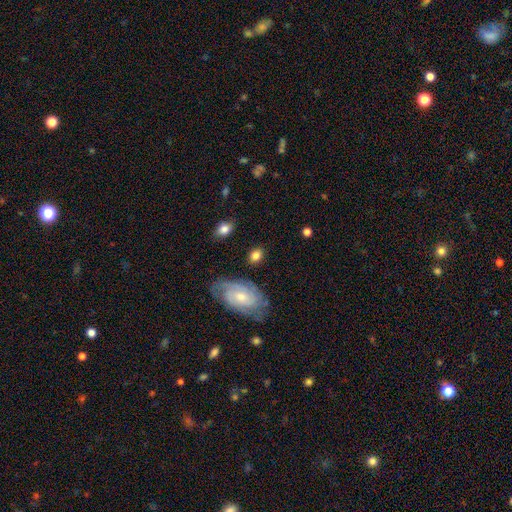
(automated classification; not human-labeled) Smooth or featured? Predicted: smooth (p=0.72). How rounded? Predicted: in between (p=0.64). Merging? Predicted: none (p=0.78).